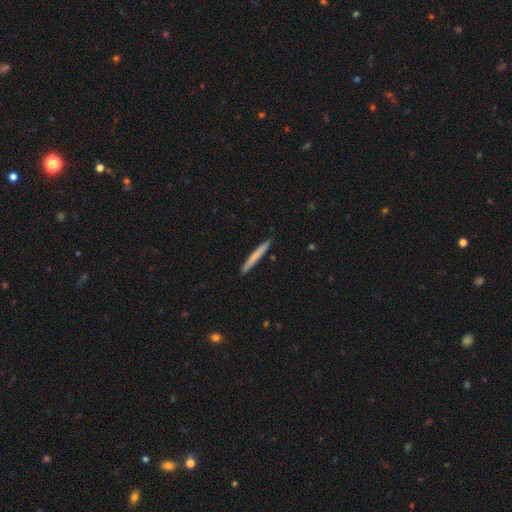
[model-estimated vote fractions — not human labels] Smooth or featured? smooth (69%)
How rounded? cigar-shaped (97%)
Merging? none (91%)